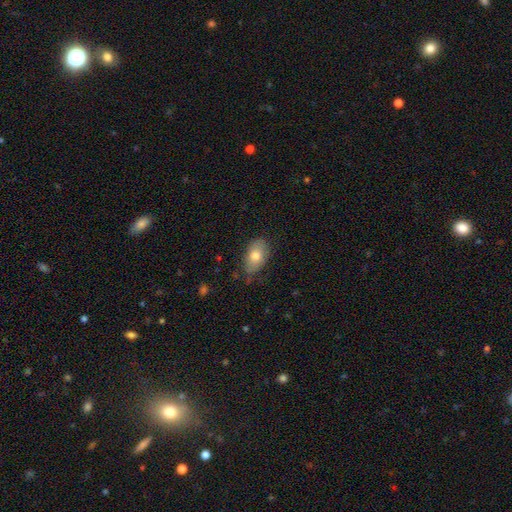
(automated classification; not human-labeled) The model was most divided on "merging": none: 67%, minor disturbance: 26%, major disturbance: 5%, merger: 2%. More confident: how rounded — in between (89%); smooth or featured — smooth (77%).